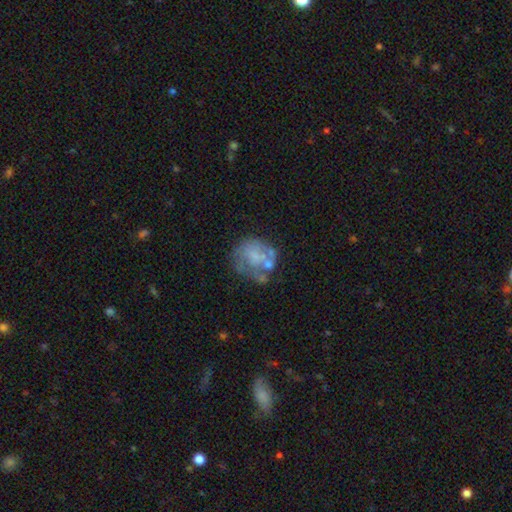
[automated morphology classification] A featured or disk galaxy (59%) with no bar (84%), no spiral arms (68%) and no central bulge (48%).

Vote fractions:
- Smooth or featured? featured or disk: 59% / smooth: 32% / star or artifact: 9%
- Edge-on disk? no: 98% / yes: 2%
- Bar? no: 84% / weak: 13% / strong: 3%
- Spiral arms? no: 68% / yes: 32%
- Bulge size? none: 48% / small: 27% / moderate: 20% / large: 3% / dominant: 1%
- Merging? none: 44% / major disturbance: 22% / minor disturbance: 22% / merger: 12%